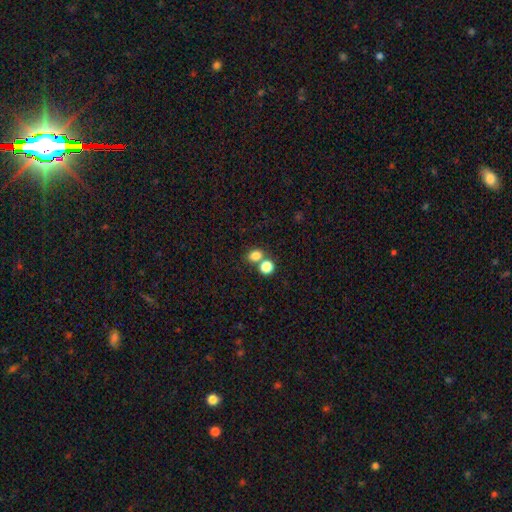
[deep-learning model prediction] Smooth or featured? smooth (80%)
How rounded? round (55%)
Merging? none (55%)